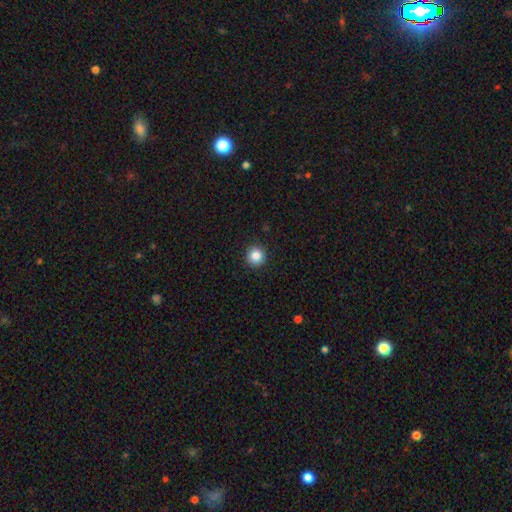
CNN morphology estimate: Overall: smooth (85%). How rounded: round (95%). Merging: none (93%).